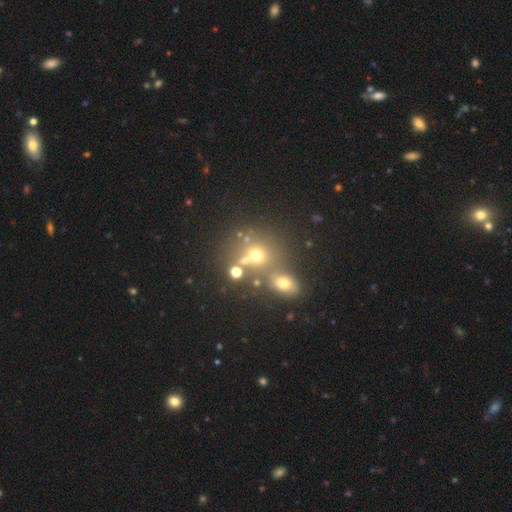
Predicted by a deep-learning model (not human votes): This appears to be a smooth galaxy with no disk features (56%) that is round (77%). Merging: none (48%).